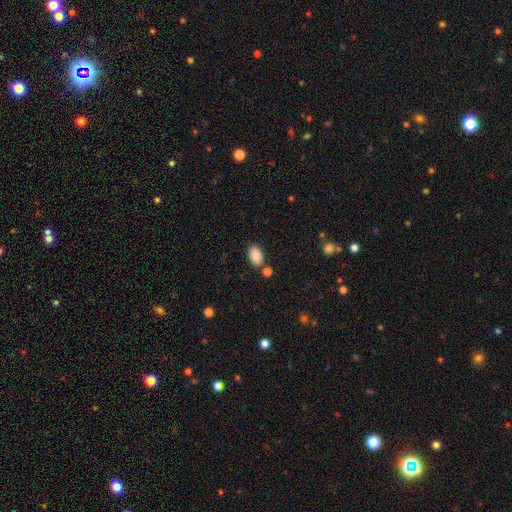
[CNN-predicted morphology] This appears to be a smooth galaxy with no disk features (89%) that is in between round and cigar-shaped (92%). Merging: none (79%).